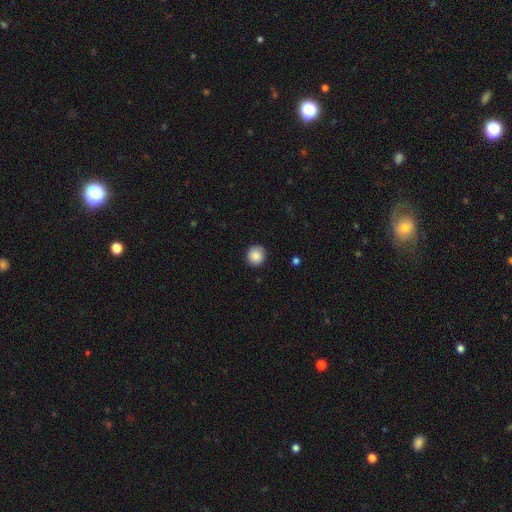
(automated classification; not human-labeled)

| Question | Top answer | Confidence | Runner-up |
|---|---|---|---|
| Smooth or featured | smooth | 87% | star or artifact (8%) |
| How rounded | round | 92% | in between (7%) |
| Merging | none | 89% | minor disturbance (8%) |